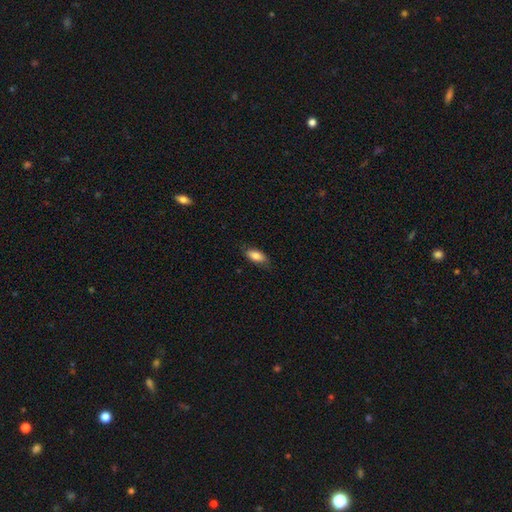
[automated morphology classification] The model was most divided on "merging": none: 76%, minor disturbance: 19%, major disturbance: 4%, merger: 1%. More confident: how rounded — in between (86%); smooth or featured — smooth (83%).